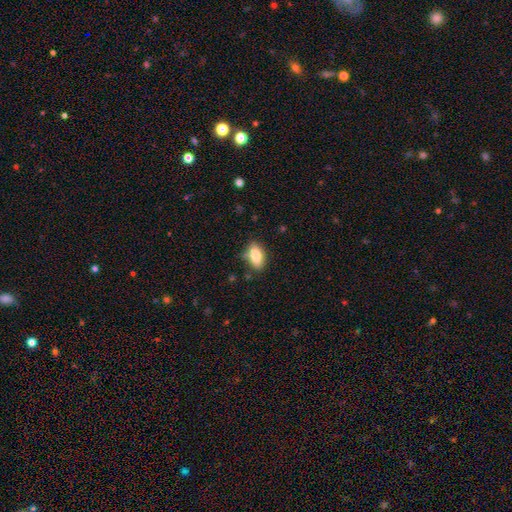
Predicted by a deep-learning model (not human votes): The model was most divided on "merging": none: 77%, minor disturbance: 17%, major disturbance: 4%, merger: 2%. More confident: how rounded — in between (89%); smooth or featured — smooth (83%).